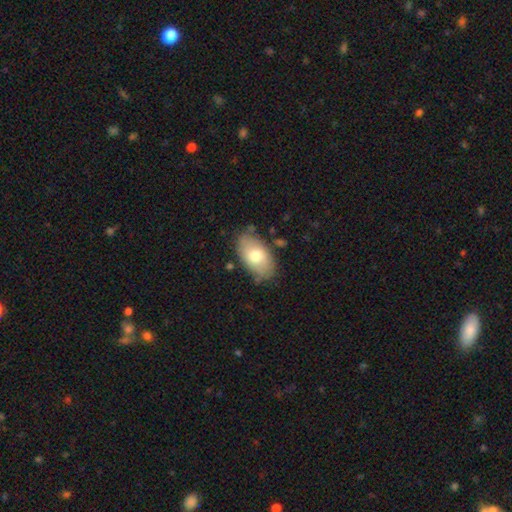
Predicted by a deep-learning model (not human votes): Morphology: type=smooth (71%); roundness=in between (94%); merging=none (78%).